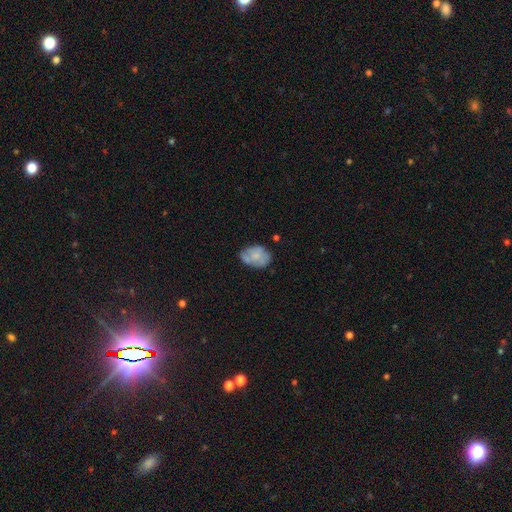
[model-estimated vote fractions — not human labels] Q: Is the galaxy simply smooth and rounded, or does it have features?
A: smooth — 58%.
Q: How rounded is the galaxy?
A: in between — 78%.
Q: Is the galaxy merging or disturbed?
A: none — 55%.